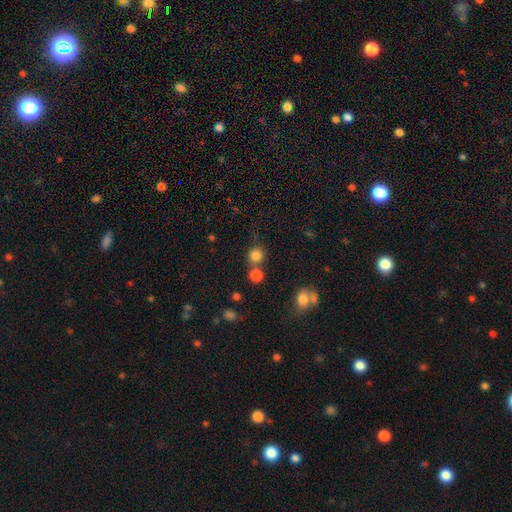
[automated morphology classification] smooth 81%, star or artifact 13%, featured or disk 6%. Down the decision tree: how rounded — round (89%); merging — none (64%).